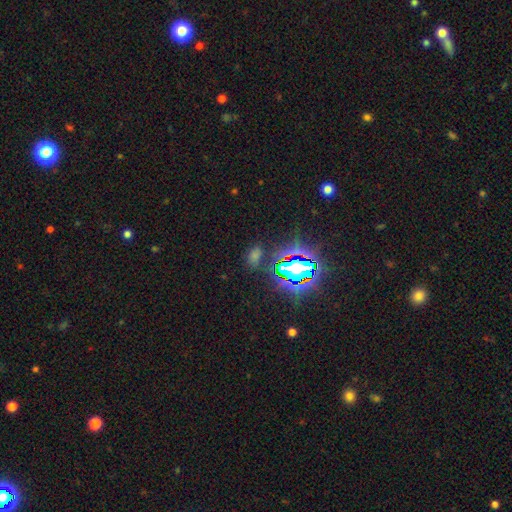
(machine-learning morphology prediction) smooth-or-featured: star or artifact: 59% | smooth: 32% | featured or disk: 10%